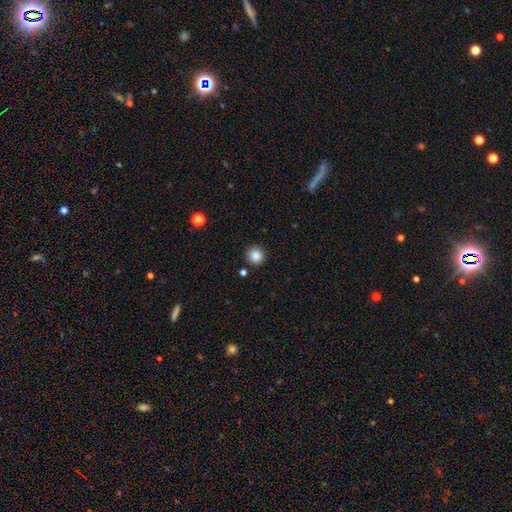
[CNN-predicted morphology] type=smooth (86%); roundness=round (93%); merging=none (89%).